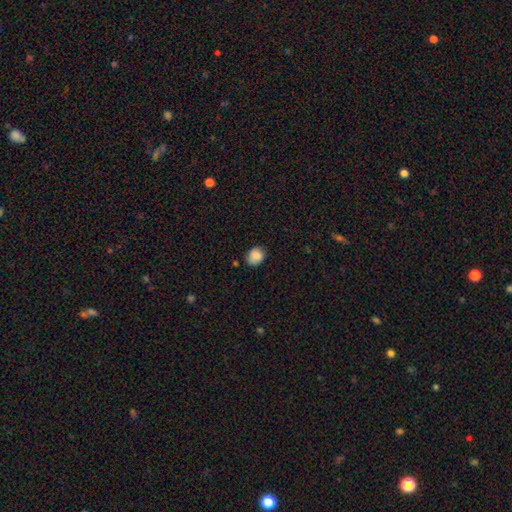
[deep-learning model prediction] This is clearly a smooth galaxy (86%). How rounded: possibly round (55%). Merging: likely none (78%).